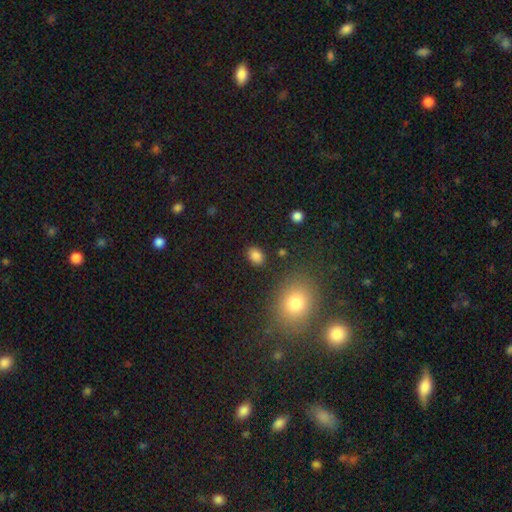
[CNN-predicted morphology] Smooth or featured?
  - smooth: 84% *
  - star or artifact: 11%
  - featured or disk: 5%
How rounded?
  - in between: 72% *
  - round: 27%
  - cigar-shaped: 1%
Merging?
  - none: 85% *
  - minor disturbance: 10%
  - major disturbance: 3%
  - merger: 2%